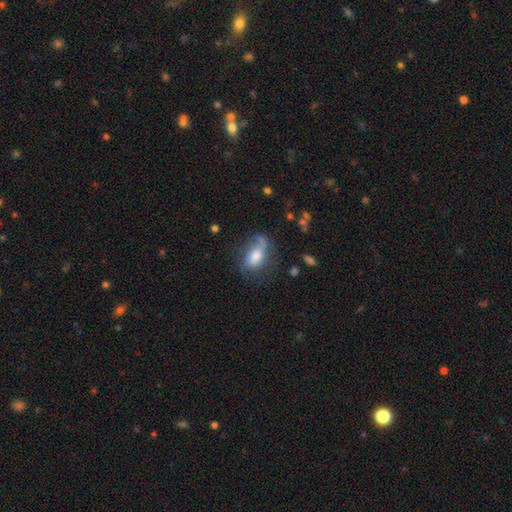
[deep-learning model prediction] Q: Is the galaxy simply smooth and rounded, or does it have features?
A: smooth — 53%.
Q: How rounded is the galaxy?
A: in between — 85%.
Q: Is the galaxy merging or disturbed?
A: none — 48%.